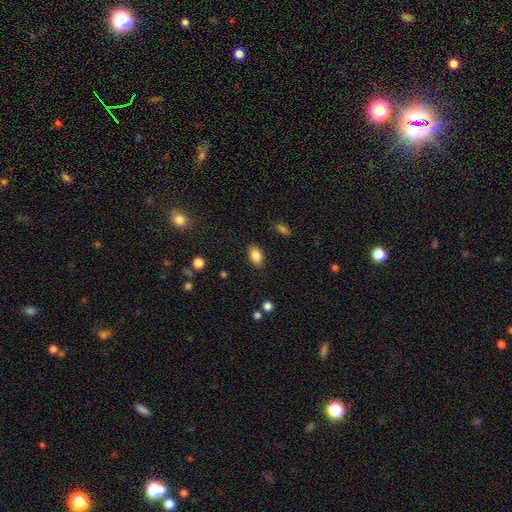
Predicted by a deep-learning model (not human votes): A smooth galaxy with no disk features (84%) that is in between round and cigar-shaped (89%).

Vote fractions:
- Smooth or featured? smooth: 84% / star or artifact: 8% / featured or disk: 7%
- How rounded? in between: 89% / round: 8% / cigar-shaped: 3%
- Merging? none: 85% / minor disturbance: 11% / major disturbance: 3% / merger: 1%